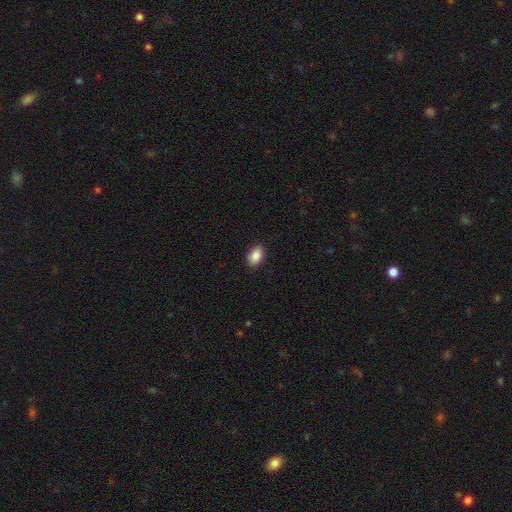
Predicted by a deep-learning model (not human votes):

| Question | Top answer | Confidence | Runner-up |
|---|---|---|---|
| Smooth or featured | smooth | 87% | star or artifact (8%) |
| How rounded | in between | 84% | round (15%) |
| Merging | none | 89% | minor disturbance (8%) |